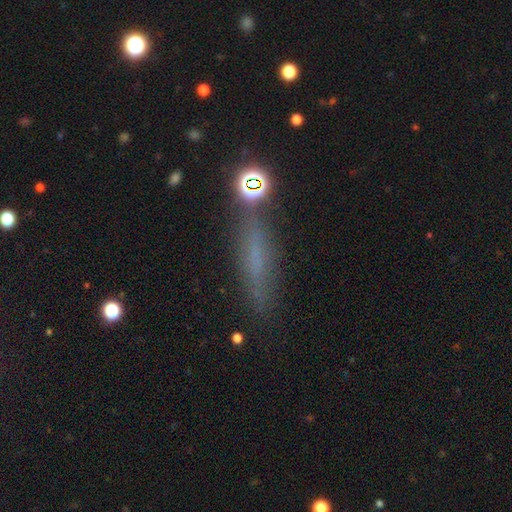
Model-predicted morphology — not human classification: A smooth galaxy with no disk features (50%). Merging: none (73%).